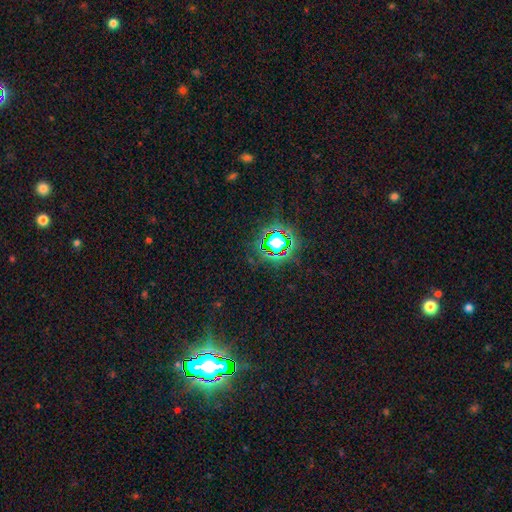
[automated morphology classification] Smooth or featured: star or artifact — 82% (smooth — 10%)